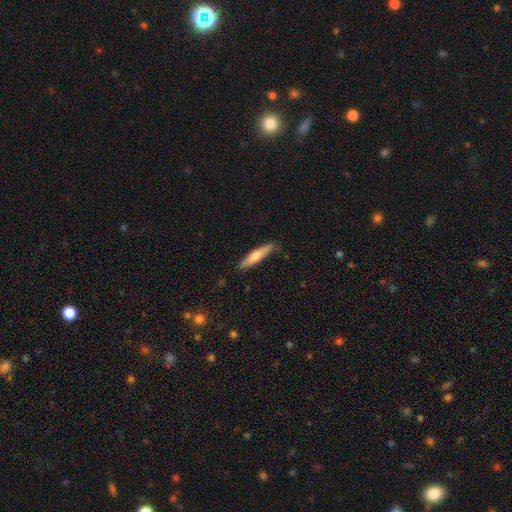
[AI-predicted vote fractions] This is possibly a smooth galaxy (59%). How rounded: clearly cigar-shaped (88%). Merging: clearly none (88%).